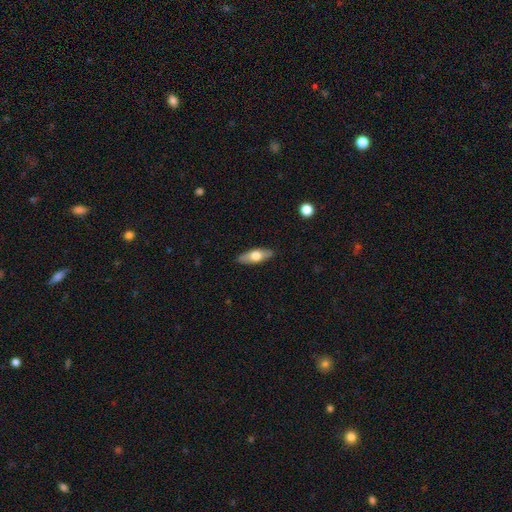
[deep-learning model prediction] Morphology: type=smooth (61%); roundness=in between (68%); merging=none (88%).